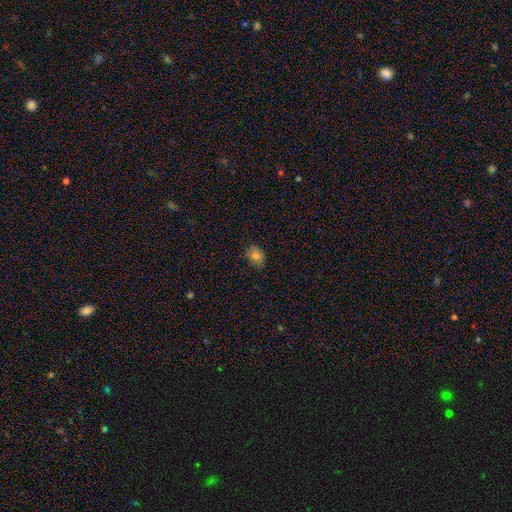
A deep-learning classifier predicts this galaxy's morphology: smooth 79%, star or artifact 12%, featured or disk 9%. Down the decision tree: how rounded — in between (60%); merging — none (78%).